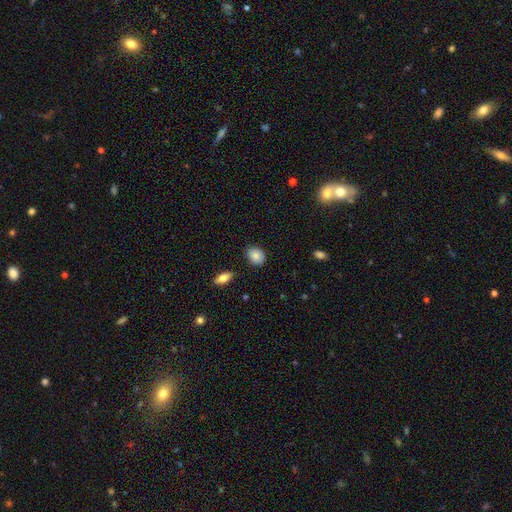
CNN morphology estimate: Smooth or featured: smooth — 83% (featured or disk — 9%)
How rounded: in between — 60% (round — 39%)
Merging: none — 81% (minor disturbance — 14%)